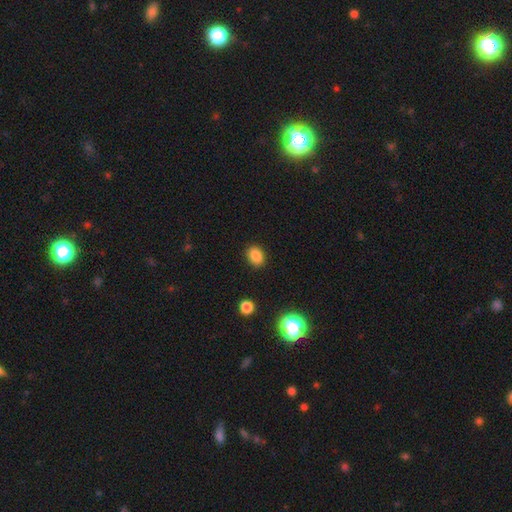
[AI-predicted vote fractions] Morphology: type=smooth (85%); roundness=in between (65%); merging=none (88%).